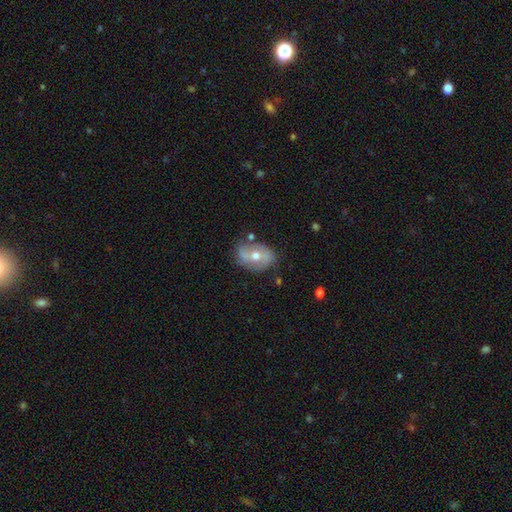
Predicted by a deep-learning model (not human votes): smooth_or_featured: featured or disk (p=0.65) [alt: smooth p=0.27]
disk_edge_on: no (p=0.94) [alt: yes p=0.06]
bar: no (p=0.51) [alt: weak p=0.32]
has_spiral_arms: yes (p=0.74) [alt: no p=0.26]
bulge_size: moderate (p=0.74) [alt: small p=0.21]
merging: none (p=0.70) [alt: minor disturbance p=0.20]